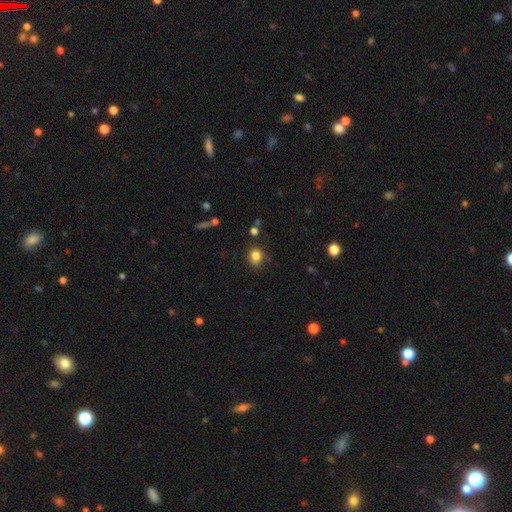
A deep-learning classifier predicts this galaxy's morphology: This is clearly a smooth galaxy (82%). How rounded: likely round (67%). Merging: likely none (75%).